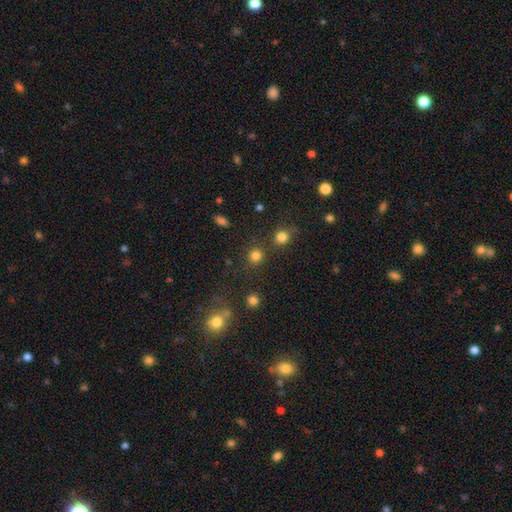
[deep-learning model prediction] smooth 80%, star or artifact 15%, featured or disk 5%. Down the decision tree: how rounded — round (90%); merging — none (82%).